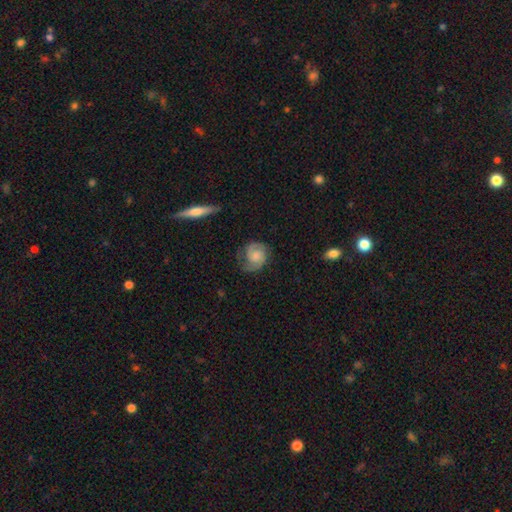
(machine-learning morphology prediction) type=featured or disk (71%); edge-on=no (98%); bar=no (68%); spiral arms=yes (95%); winding=tight (44%); arm count=2 (83%); bulge=moderate (34%); merging=none (68%).